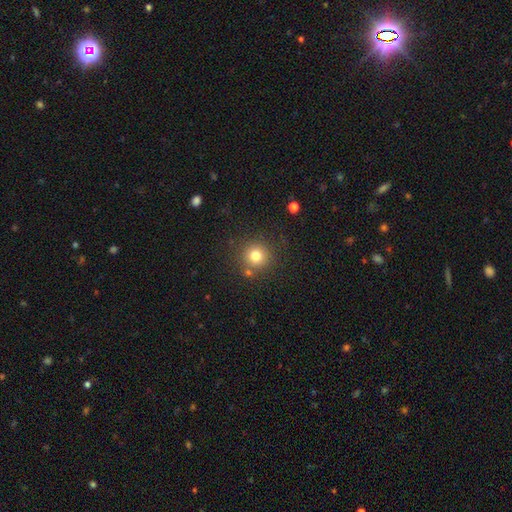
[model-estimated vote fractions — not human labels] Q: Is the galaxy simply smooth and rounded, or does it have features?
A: smooth — 79%.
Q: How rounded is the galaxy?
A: round — 93%.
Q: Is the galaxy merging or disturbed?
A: none — 83%.